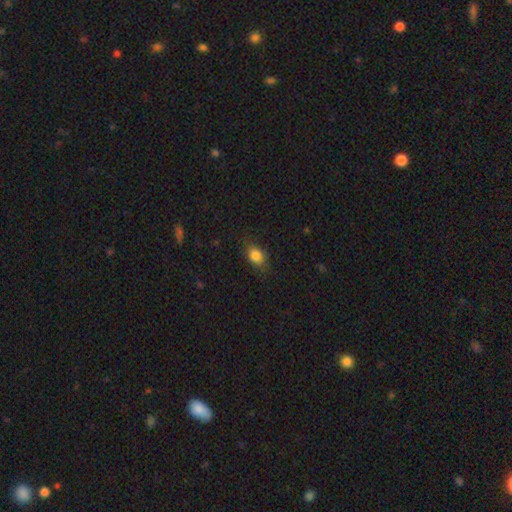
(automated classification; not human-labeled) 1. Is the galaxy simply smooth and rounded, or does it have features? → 83% smooth, 10% star or artifact, 7% featured or disk.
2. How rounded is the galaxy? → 67% in between, 30% round, 3% cigar-shaped.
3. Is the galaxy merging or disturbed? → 77% none, 18% minor disturbance, 4% major disturbance, 1% merger.